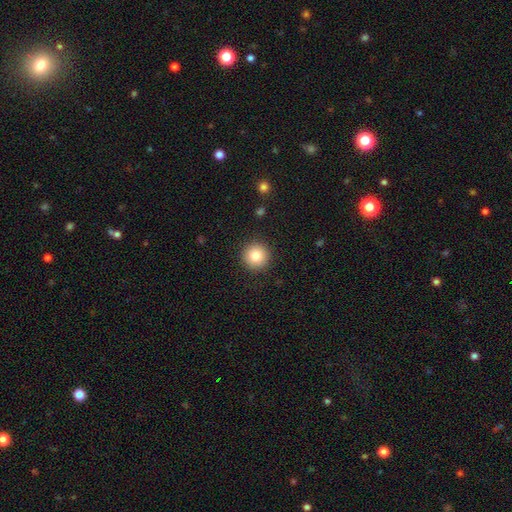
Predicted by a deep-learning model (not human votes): Smooth or featured? Predicted: smooth (p=0.83). How rounded? Predicted: round (p=0.95). Merging? Predicted: none (p=0.91).